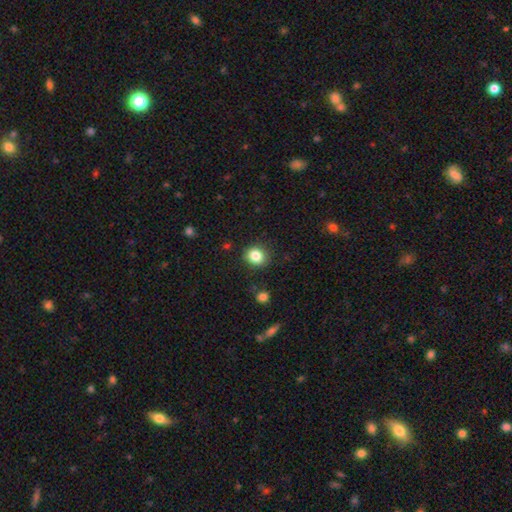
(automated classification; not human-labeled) smooth 84%, star or artifact 10%, featured or disk 5%. Down the decision tree: how rounded — round (75%); merging — none (87%).